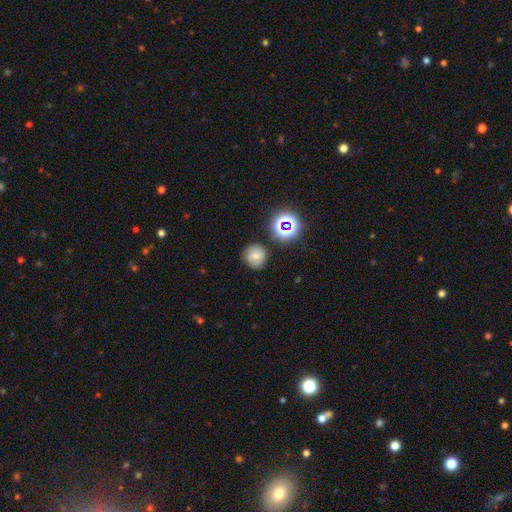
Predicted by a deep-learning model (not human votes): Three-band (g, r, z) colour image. It shows a smooth galaxy with no disk features (62%) that is round (90%). Merging: none (78%).